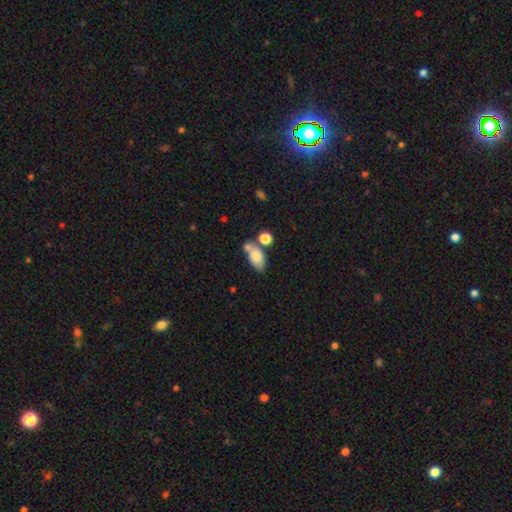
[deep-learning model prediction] The model was most divided on "merging": none: 44%, merger: 31%, minor disturbance: 17%, major disturbance: 7%. More confident: how rounded — in between (88%); smooth or featured — smooth (75%).